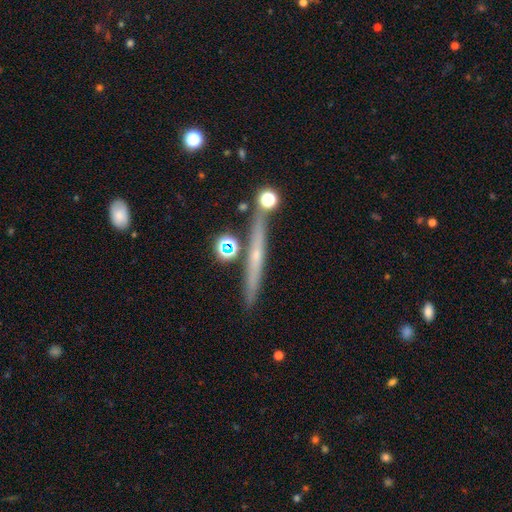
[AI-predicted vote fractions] Morphology: type=featured or disk (61%); edge-on=yes (95%); edge-on bulge=none (55%); merging=none (83%).